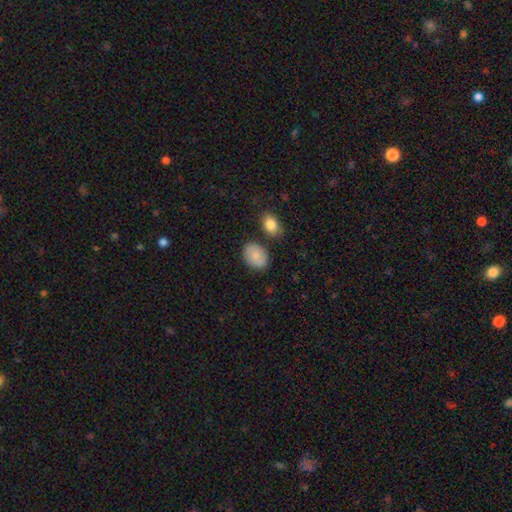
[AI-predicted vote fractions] Smooth or featured: smooth — 75% (featured or disk — 18%)
How rounded: in between — 70% (round — 29%)
Merging: none — 78% (minor disturbance — 14%)